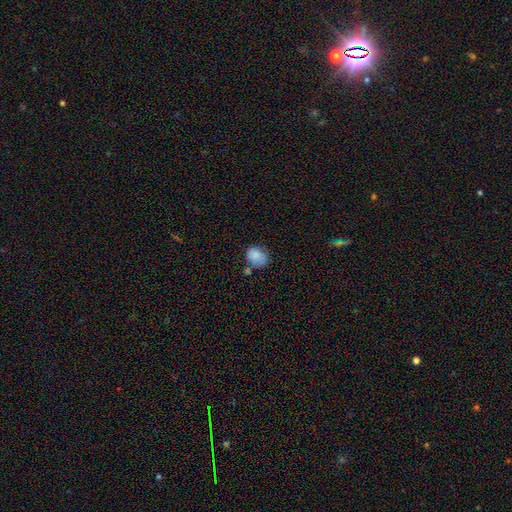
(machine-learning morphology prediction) Q: Smooth or featured?
A: smooth (83%); runner-up: star or artifact (9%)
Q: How rounded?
A: round (52%); runner-up: in between (47%)
Q: Merging?
A: none (52%); runner-up: minor disturbance (26%)